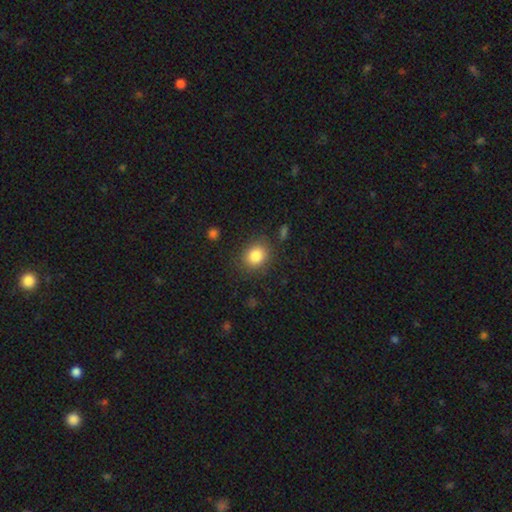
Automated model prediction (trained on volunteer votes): A smooth galaxy with no disk features (84%) that is round (67%). Merging: none (84%).